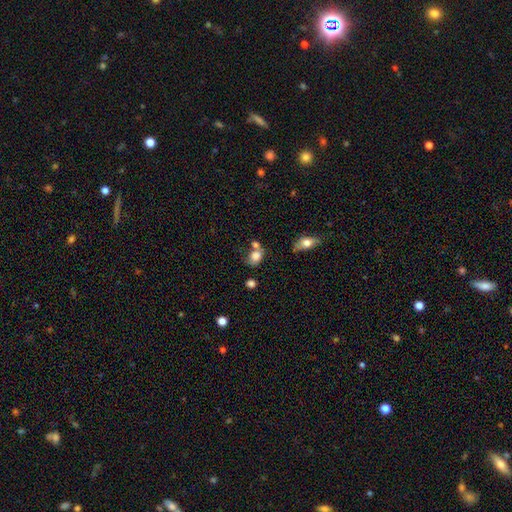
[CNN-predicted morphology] Smooth or featured: smooth — 78% (featured or disk — 12%)
How rounded: in between — 63% (round — 35%)
Merging: none — 39% (merger — 34%)